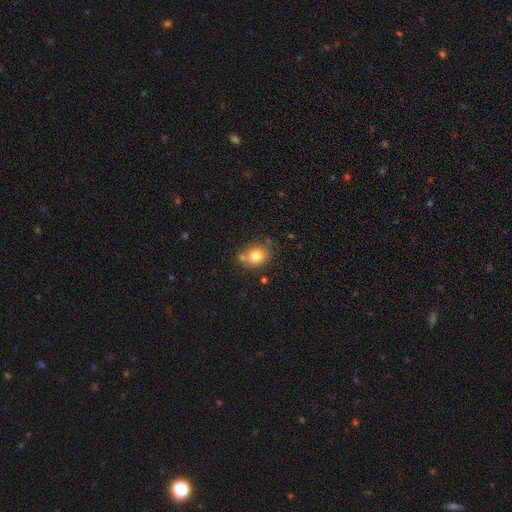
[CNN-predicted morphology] Smooth or featured? Predicted: smooth (p=0.80). How rounded? Predicted: round (p=0.50). Merging? Predicted: none (p=0.67).